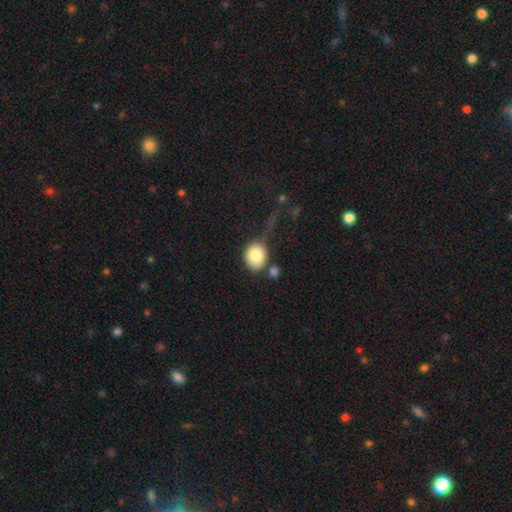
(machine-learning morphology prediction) This is clearly a smooth galaxy (81%). How rounded: likely round (65%). Merging: marginally none (44%).